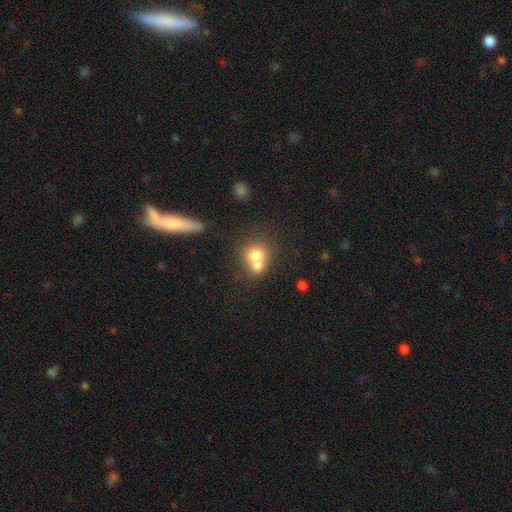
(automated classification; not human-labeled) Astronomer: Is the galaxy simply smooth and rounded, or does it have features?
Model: smooth — 71%.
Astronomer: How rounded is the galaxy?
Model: round — 73%.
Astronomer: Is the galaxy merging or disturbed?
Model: merger — 63%.